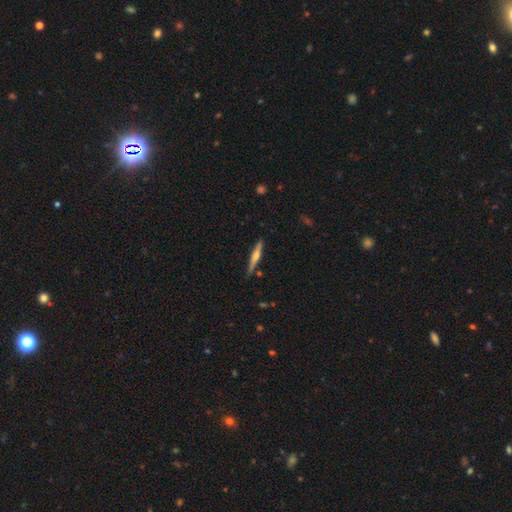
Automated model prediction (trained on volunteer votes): smooth_or_featured: featured or disk (p=0.59) [alt: smooth p=0.35]
disk_edge_on: yes (p=0.97) [alt: no p=0.03]
edge_on_bulge: rounded (p=0.82) [alt: none p=0.11]
merging: none (p=0.86) [alt: minor disturbance p=0.10]